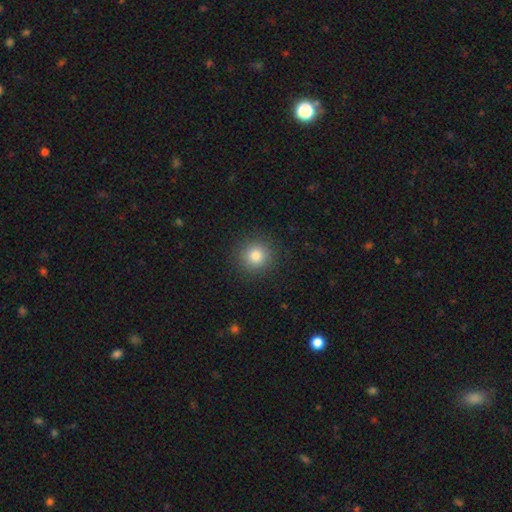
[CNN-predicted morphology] A smooth galaxy with no disk features (83%) that is round (92%).

Vote fractions:
- Smooth or featured? smooth: 83% / star or artifact: 11% / featured or disk: 6%
- How rounded? round: 92% / in between: 7% / cigar-shaped: 1%
- Merging? none: 90% / minor disturbance: 6% / major disturbance: 2% / merger: 1%